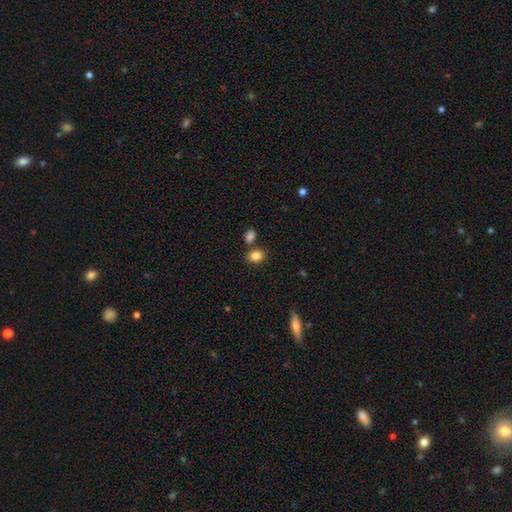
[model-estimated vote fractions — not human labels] smooth-or-featured: smooth: 85% | star or artifact: 10% | featured or disk: 6%
  how-rounded: in between: 55% | round: 44% | cigar-shaped: 1%
  merging: none: 71% | merger: 15% | minor disturbance: 11% | major disturbance: 3%